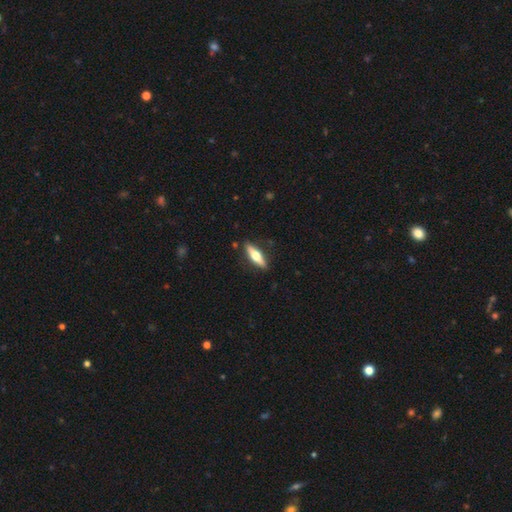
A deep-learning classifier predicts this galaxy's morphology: Smooth or featured: featured or disk — 53% (smooth — 41%)
Edge-on disk: yes — 93% (no — 7%)
Merging: none — 88% (minor disturbance — 9%)